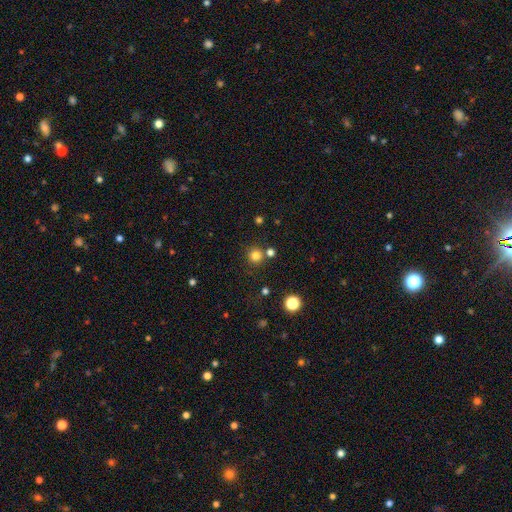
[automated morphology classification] A smooth galaxy with no disk features (79%) that is round (94%). Merging: none (79%).